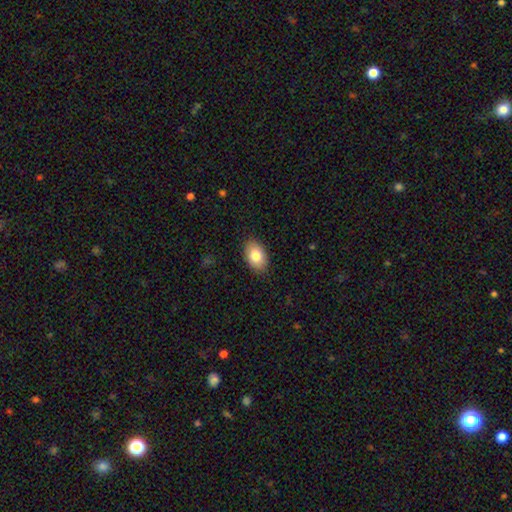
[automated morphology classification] Q: Smooth or featured?
A: smooth (82%); runner-up: featured or disk (11%)
Q: How rounded?
A: in between (90%); runner-up: round (9%)
Q: Merging?
A: none (88%); runner-up: minor disturbance (9%)